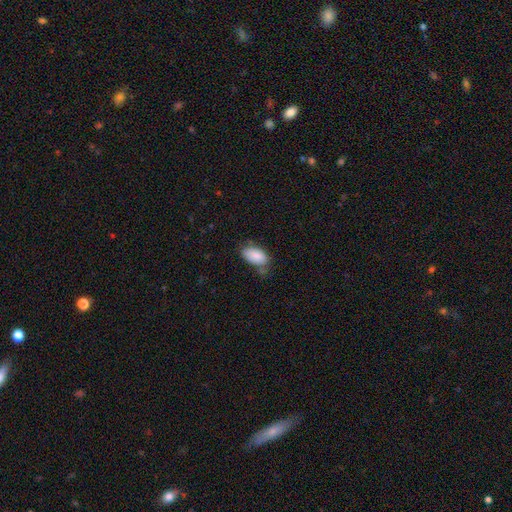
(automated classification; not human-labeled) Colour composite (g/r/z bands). It shows a smooth galaxy with no disk features (87%) that is in between round and cigar-shaped (94%). Merging: none (58%).